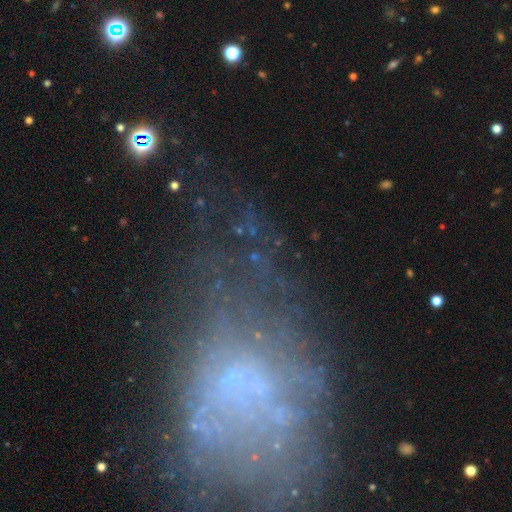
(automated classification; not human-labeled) This is marginally a featured or disk galaxy (45%). Merging: possibly none (54%).